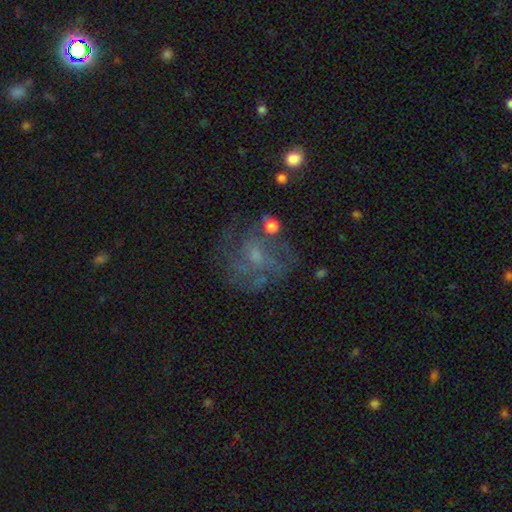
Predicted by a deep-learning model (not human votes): Morphology: type=featured or disk (63%); edge-on=no (98%); bar=no (68%); spiral arms=yes (68%); bulge=small (49%); merging=none (60%).